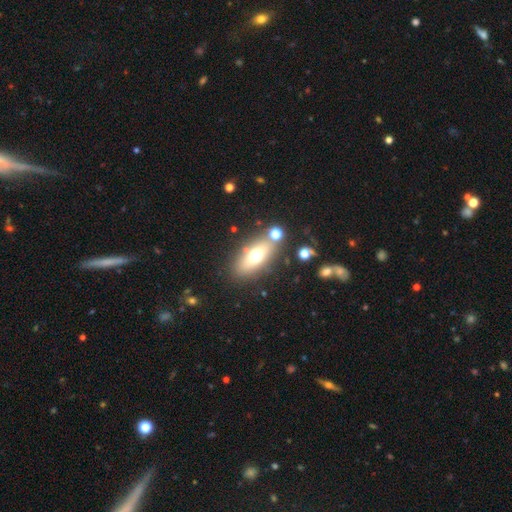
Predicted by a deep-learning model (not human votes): A smooth galaxy with no disk features (62%) that is in between round and cigar-shaped (75%).

Vote fractions:
- Smooth or featured? smooth: 62% / featured or disk: 26% / star or artifact: 12%
- How rounded? in between: 75% / cigar-shaped: 16% / round: 9%
- Merging? none: 77% / minor disturbance: 11% / merger: 8% / major disturbance: 5%